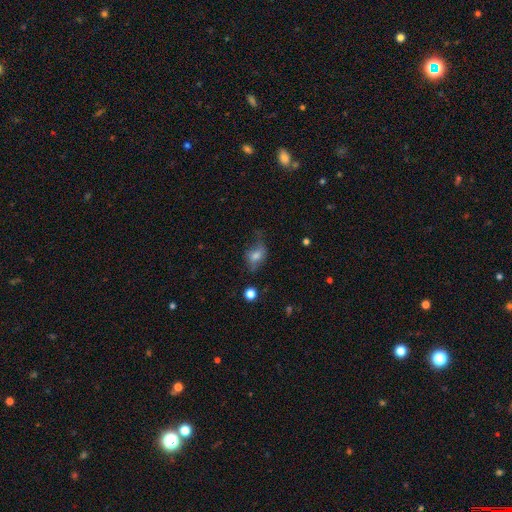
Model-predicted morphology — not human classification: Overall: smooth (65%). How rounded: in between (73%). Merging: none (42%; minor disturbance 32%).